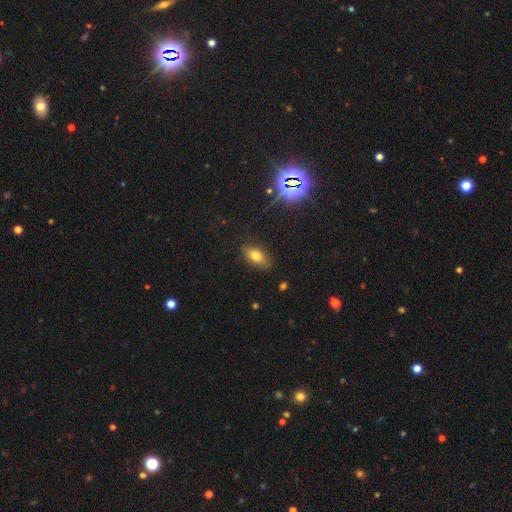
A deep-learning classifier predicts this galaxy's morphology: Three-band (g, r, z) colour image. It shows a smooth galaxy with no disk features (74%) that is in between round and cigar-shaped (87%). Merging: none (83%).